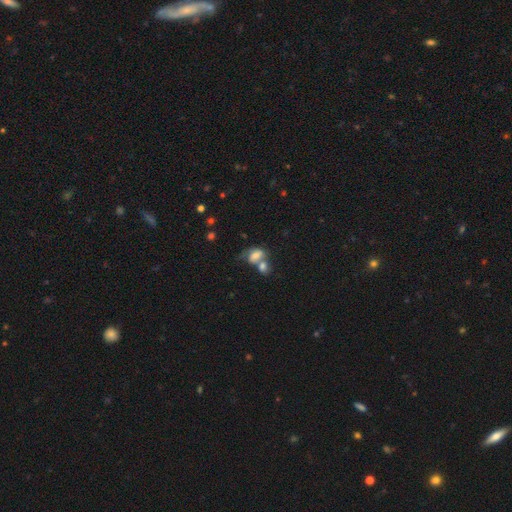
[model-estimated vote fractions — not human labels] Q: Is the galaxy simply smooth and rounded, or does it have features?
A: smooth — 67%.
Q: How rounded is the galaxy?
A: in between — 79%.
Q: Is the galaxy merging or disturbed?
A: merger — 60%.